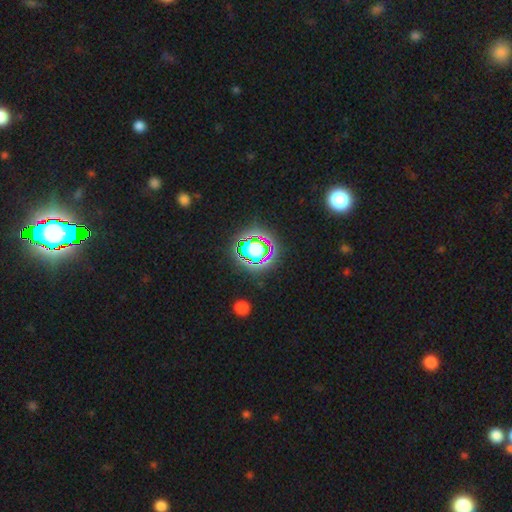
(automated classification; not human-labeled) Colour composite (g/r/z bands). It shows a star or artifact, not a galaxy (78%).